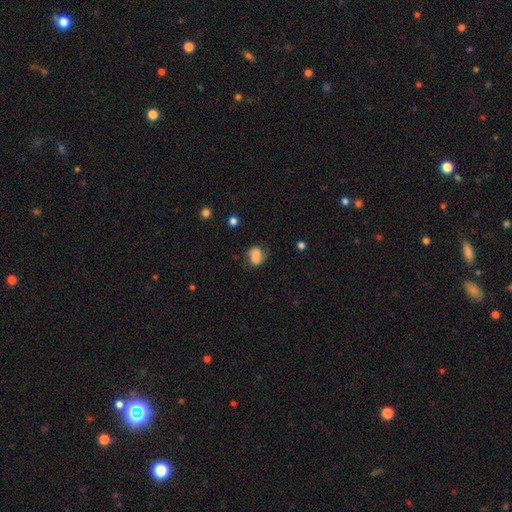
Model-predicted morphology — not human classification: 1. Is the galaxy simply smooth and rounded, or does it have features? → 60% smooth, 30% featured or disk, 10% star or artifact.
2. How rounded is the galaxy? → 53% round, 46% in between, 1% cigar-shaped.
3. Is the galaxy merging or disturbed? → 63% none, 25% minor disturbance, 10% major disturbance, 2% merger.